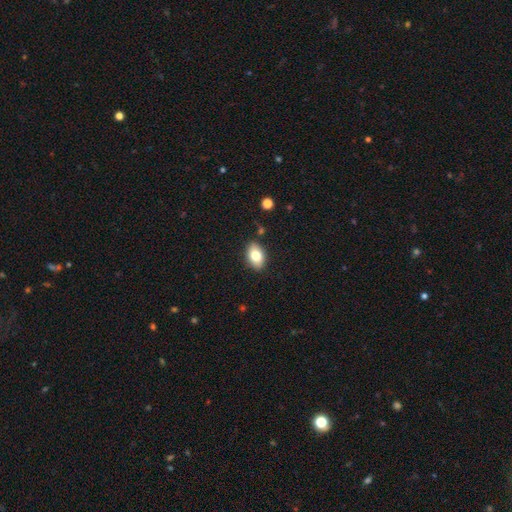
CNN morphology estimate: This appears to be a smooth galaxy with no disk features (79%) that is in between round and cigar-shaped (88%). Merging: none (86%).